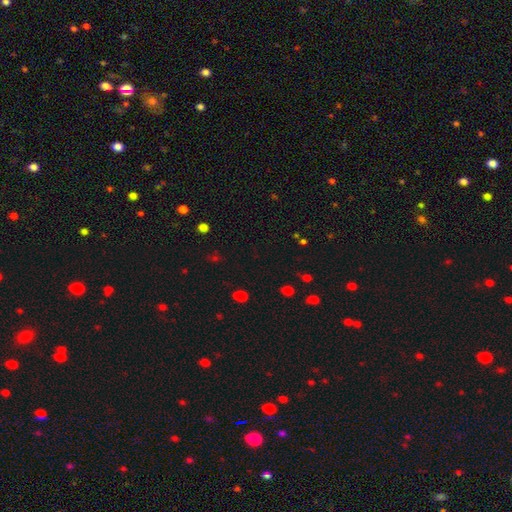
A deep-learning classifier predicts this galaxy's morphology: star or artifact 53%, smooth 39%, featured or disk 8%.